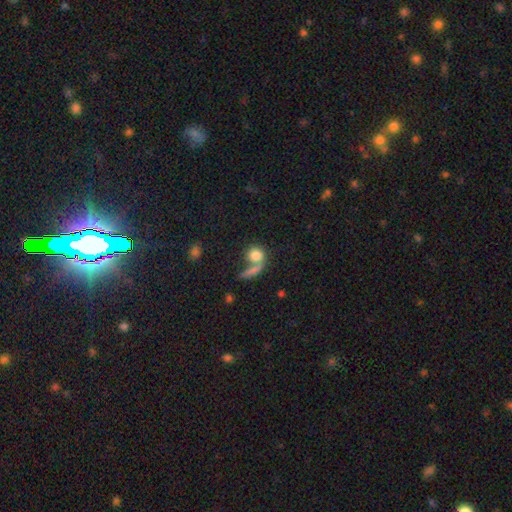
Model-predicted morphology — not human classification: smooth-or-featured: smooth: 80% | featured or disk: 12% | star or artifact: 9%
  how-rounded: round: 72% | in between: 22% | cigar-shaped: 6%
  merging: none: 43% | merger: 39% | minor disturbance: 10% | major disturbance: 9%